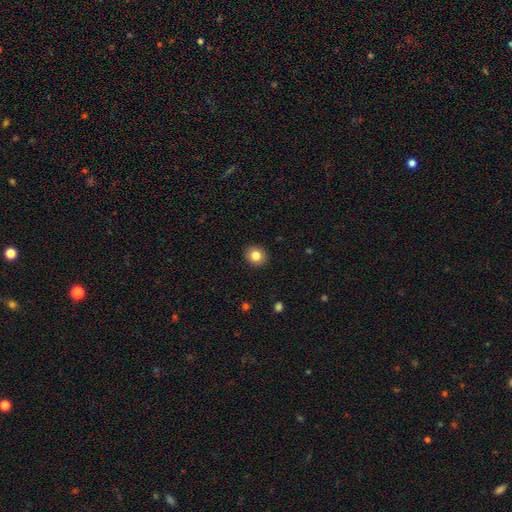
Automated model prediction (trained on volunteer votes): Overall: smooth (83%). How rounded: round (78%). Merging: none (92%).